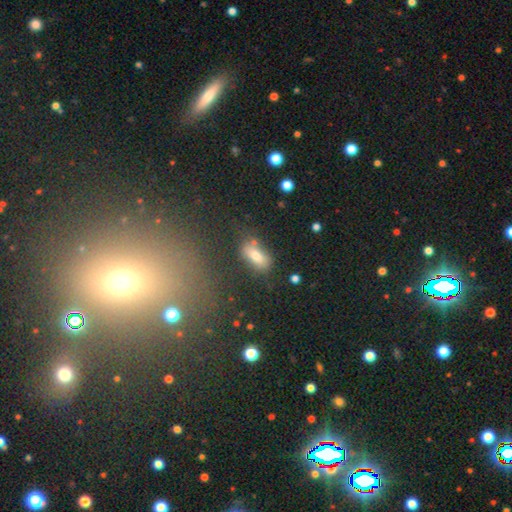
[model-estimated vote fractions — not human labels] smooth_or_featured: smooth (p=0.72) [alt: featured or disk p=0.16]
how_rounded: in between (p=0.82) [alt: cigar-shaped p=0.11]
merging: none (p=0.65) [alt: minor disturbance p=0.17]